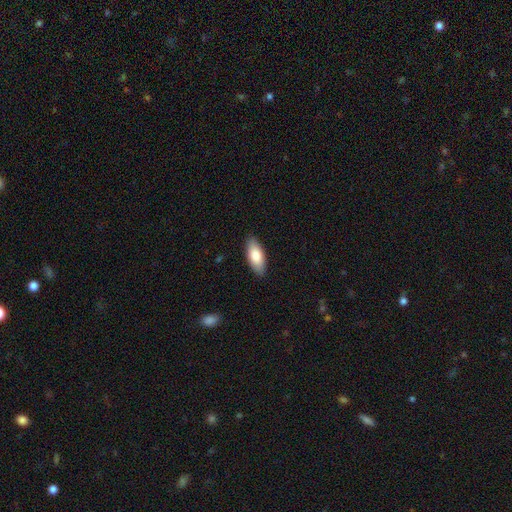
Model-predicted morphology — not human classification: Smooth or featured? smooth (82%)
How rounded? in between (82%)
Merging? none (88%)